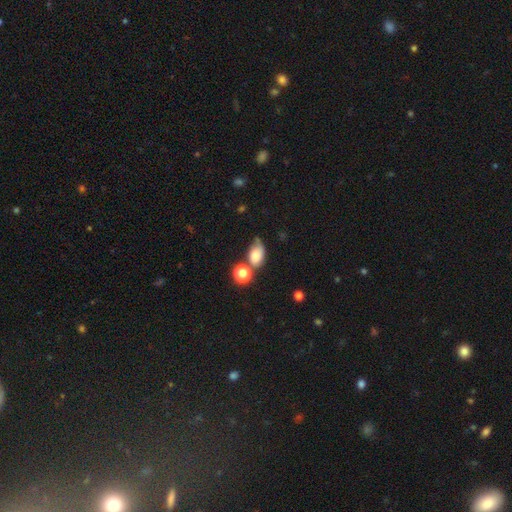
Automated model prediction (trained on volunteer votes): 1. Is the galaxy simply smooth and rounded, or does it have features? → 75% smooth, 14% featured or disk, 11% star or artifact.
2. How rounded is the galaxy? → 79% in between, 18% round, 2% cigar-shaped.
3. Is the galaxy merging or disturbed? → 36% none, 28% minor disturbance, 22% merger, 13% major disturbance.